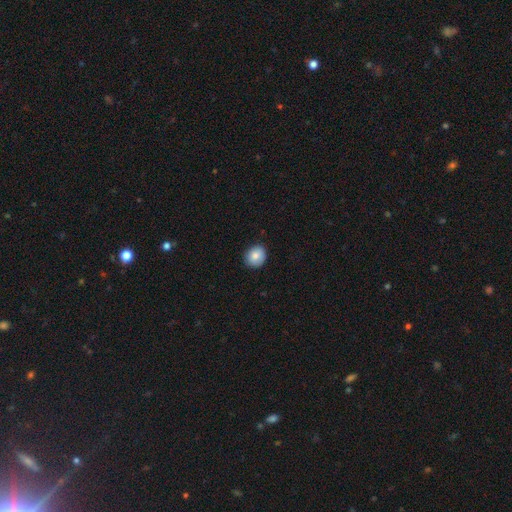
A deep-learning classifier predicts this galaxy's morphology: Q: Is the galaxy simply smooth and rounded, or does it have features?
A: smooth — 83%.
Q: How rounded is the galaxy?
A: round — 76%.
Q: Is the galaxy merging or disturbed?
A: none — 86%.